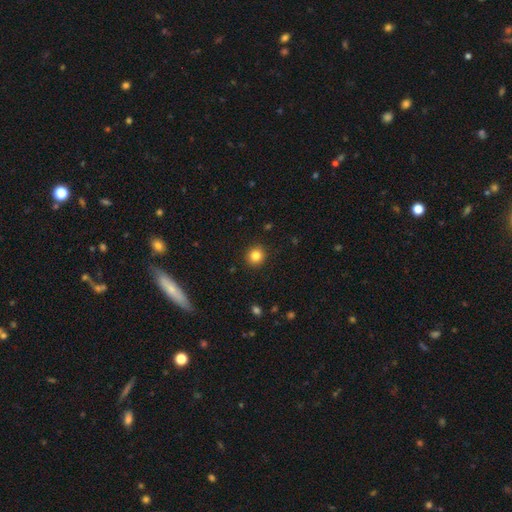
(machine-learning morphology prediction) A smooth galaxy with no disk features (84%) that is round (91%).

Vote fractions:
- Smooth or featured? smooth: 84% / star or artifact: 11% / featured or disk: 5%
- How rounded? round: 91% / in between: 8% / cigar-shaped: 1%
- Merging? none: 92% / minor disturbance: 5% / major disturbance: 2% / merger: 1%